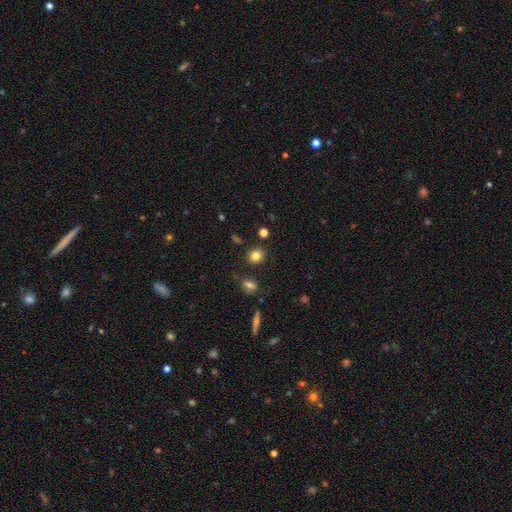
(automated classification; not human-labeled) smooth 82%, star or artifact 11%, featured or disk 7%. Down the decision tree: how rounded — round (82%); merging — none (86%).